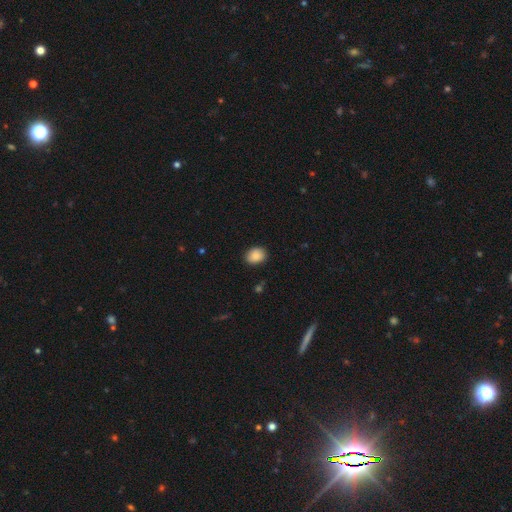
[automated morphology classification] smooth_or_featured: smooth (p=0.88) [alt: star or artifact p=0.08]
how_rounded: in between (p=0.57) [alt: round p=0.42]
merging: none (p=0.86) [alt: minor disturbance p=0.10]